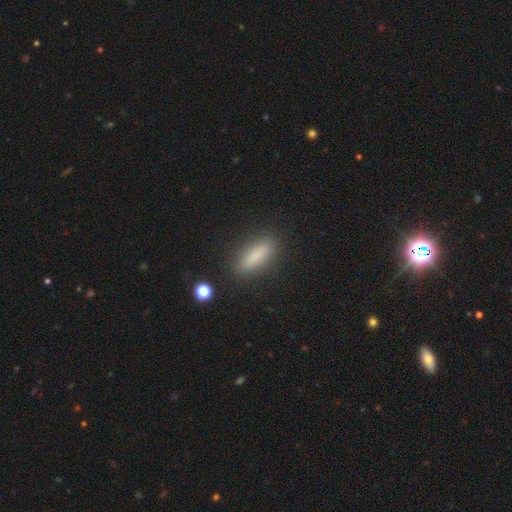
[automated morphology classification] A smooth galaxy with no disk features (80%) that is cigar-shaped (58%). Merging: none (86%).